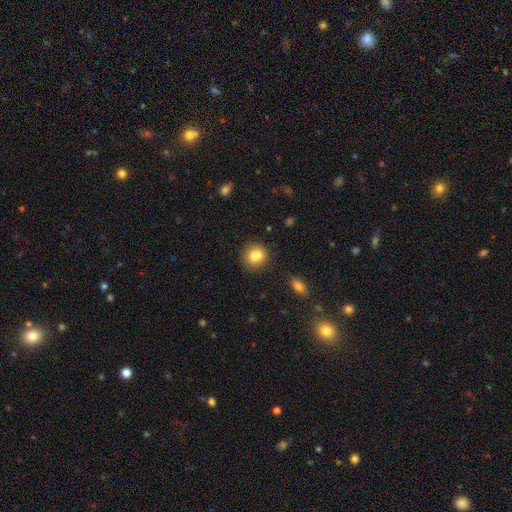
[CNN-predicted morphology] smooth_or_featured: smooth (p=0.75) [alt: featured or disk p=0.15]
how_rounded: round (p=0.80) [alt: in between p=0.19]
merging: none (p=0.49) [alt: merger p=0.37]